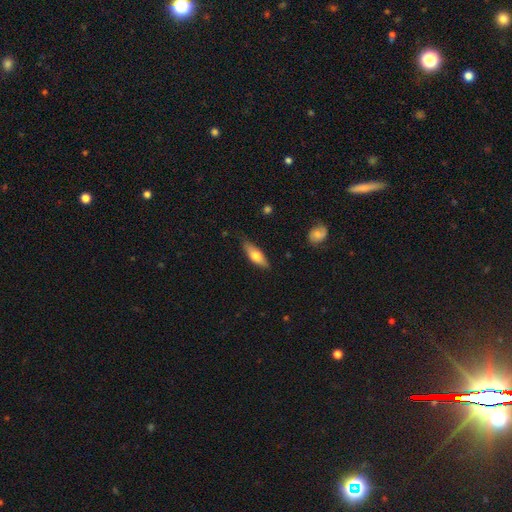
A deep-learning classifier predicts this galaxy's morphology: smooth 66%, featured or disk 28%, star or artifact 6%. Down the decision tree: how rounded — in between (55%); merging — none (76%).